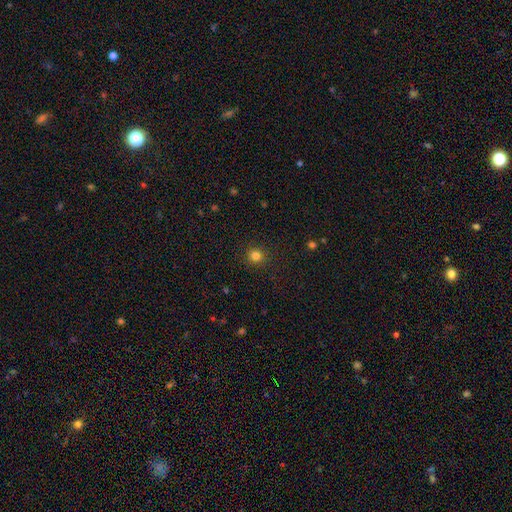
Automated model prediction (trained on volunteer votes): Smooth or featured?
  - smooth: 82% *
  - star or artifact: 14%
  - featured or disk: 4%
How rounded?
  - round: 93% *
  - in between: 6%
  - cigar-shaped: 1%
Merging?
  - none: 91% *
  - minor disturbance: 6%
  - major disturbance: 2%
  - merger: 1%